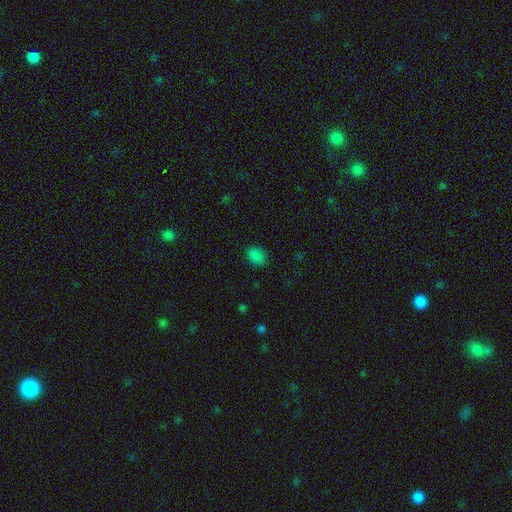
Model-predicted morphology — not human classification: Smooth or featured? Predicted: smooth (p=0.83). How rounded? Predicted: in between (p=0.70). Merging? Predicted: none (p=0.86).